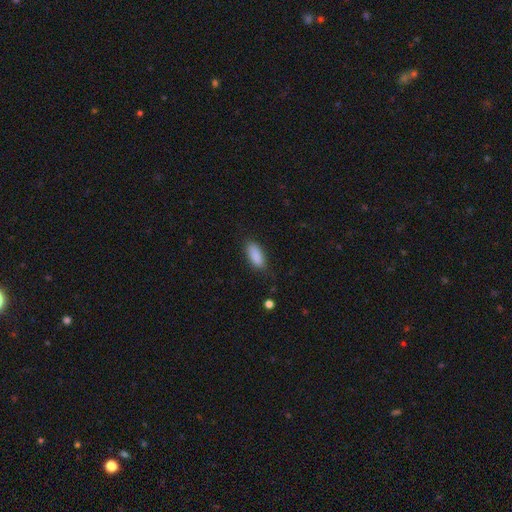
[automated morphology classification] Smooth or featured? smooth (88%)
How rounded? in between (82%)
Merging? none (80%)